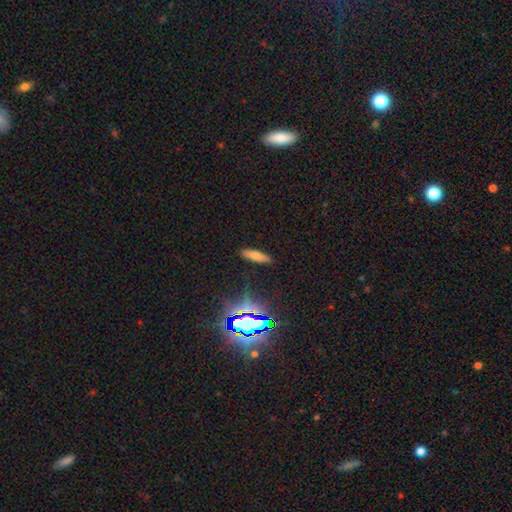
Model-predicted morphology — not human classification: The model was most divided on "how rounded": cigar-shaped: 68%, in between: 30%, round: 2%. More confident: merging — none (88%); smooth or featured — smooth (71%).